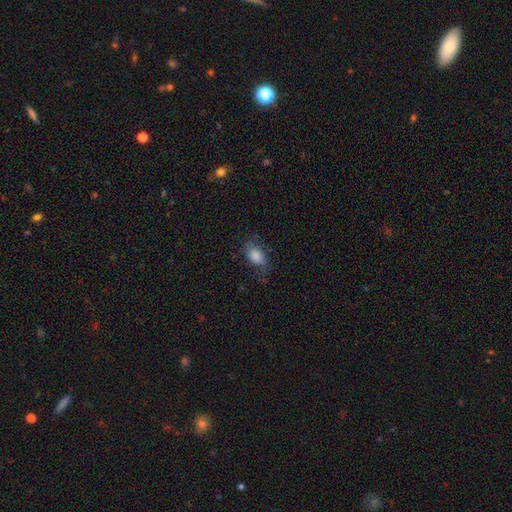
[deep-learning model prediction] A smooth galaxy with no disk features (73%) that is in between round and cigar-shaped (86%). Merging: none (60%).